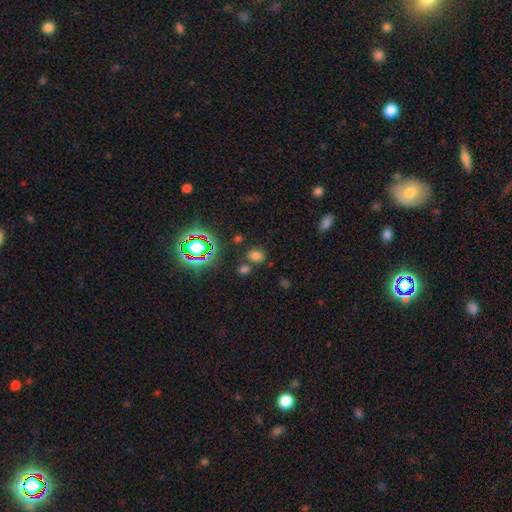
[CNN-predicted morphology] smooth 67%, star or artifact 26%, featured or disk 7%. Down the decision tree: how rounded — round (66%); merging — none (73%).